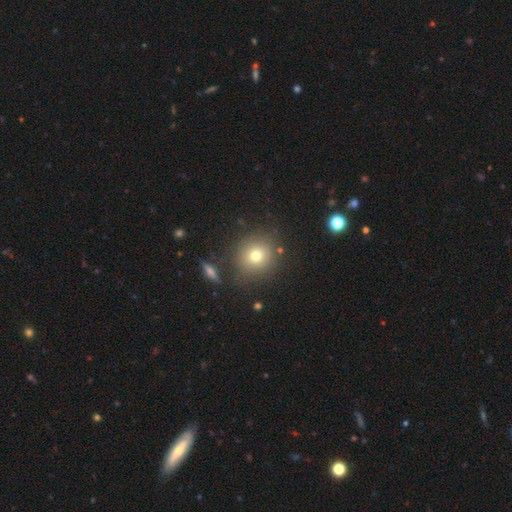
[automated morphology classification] A smooth galaxy with no disk features (73%) that is round (88%).

Vote fractions:
- Smooth or featured? smooth: 73% / star or artifact: 15% / featured or disk: 12%
- How rounded? round: 88% / in between: 11% / cigar-shaped: 1%
- Merging? none: 83% / minor disturbance: 9% / merger: 4% / major disturbance: 4%